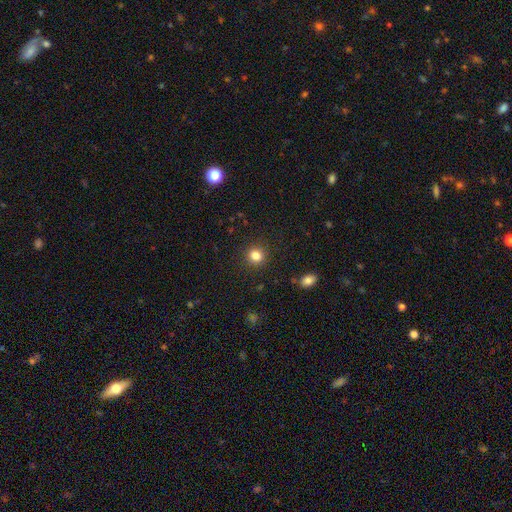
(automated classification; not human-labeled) Morphology: type=smooth (83%); roundness=round (89%); merging=none (90%).